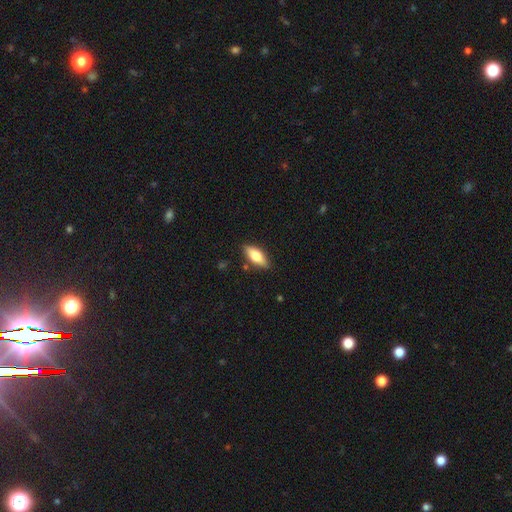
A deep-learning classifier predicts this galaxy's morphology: A smooth galaxy with no disk features (65%) that is in between round and cigar-shaped (73%).

Vote fractions:
- Smooth or featured? smooth: 65% / featured or disk: 29% / star or artifact: 6%
- How rounded? in between: 73% / cigar-shaped: 25% / round: 3%
- Merging? none: 84% / minor disturbance: 12% / major disturbance: 2% / merger: 2%